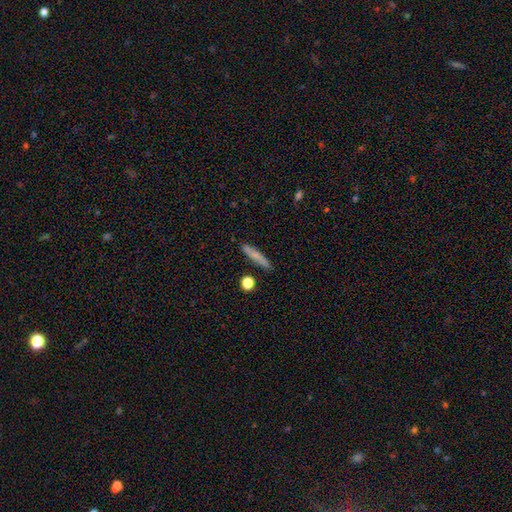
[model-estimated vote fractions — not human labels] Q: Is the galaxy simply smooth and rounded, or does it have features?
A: smooth — 70%.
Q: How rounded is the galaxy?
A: cigar-shaped — 90%.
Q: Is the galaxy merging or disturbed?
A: none — 84%.